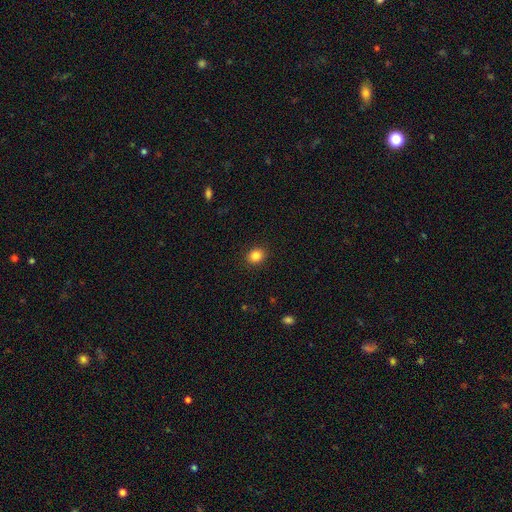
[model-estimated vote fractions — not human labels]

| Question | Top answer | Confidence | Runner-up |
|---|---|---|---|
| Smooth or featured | smooth | 85% | star or artifact (11%) |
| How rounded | round | 72% | in between (27%) |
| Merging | none | 91% | minor disturbance (6%) |